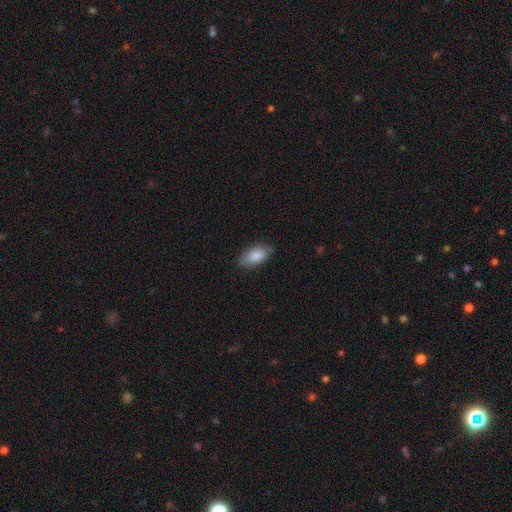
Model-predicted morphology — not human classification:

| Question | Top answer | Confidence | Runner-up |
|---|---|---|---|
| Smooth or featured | smooth | 87% | featured or disk (7%) |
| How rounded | in between | 91% | cigar-shaped (7%) |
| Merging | none | 78% | minor disturbance (17%) |